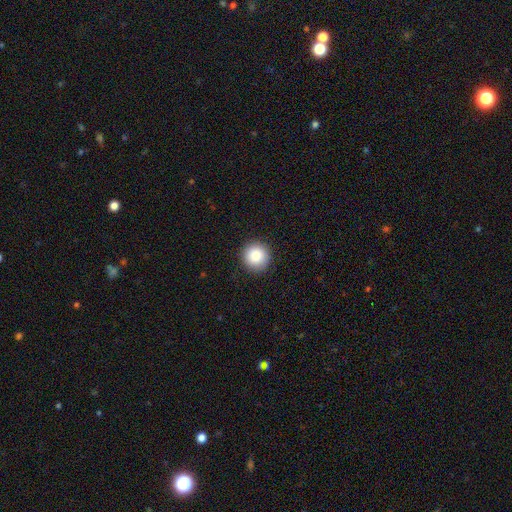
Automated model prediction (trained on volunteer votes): smooth_or_featured: smooth (p=0.85) [alt: star or artifact p=0.09]
how_rounded: round (p=0.95) [alt: in between p=0.04]
merging: none (p=0.91) [alt: minor disturbance p=0.06]